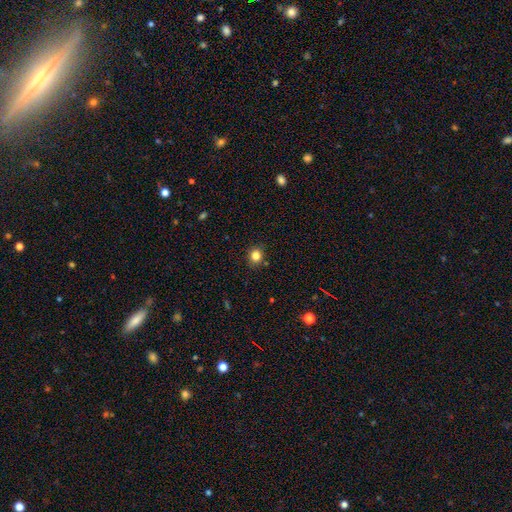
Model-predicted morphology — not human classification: smooth 82%, star or artifact 12%, featured or disk 5%. Down the decision tree: how rounded — round (79%); merging — none (88%).